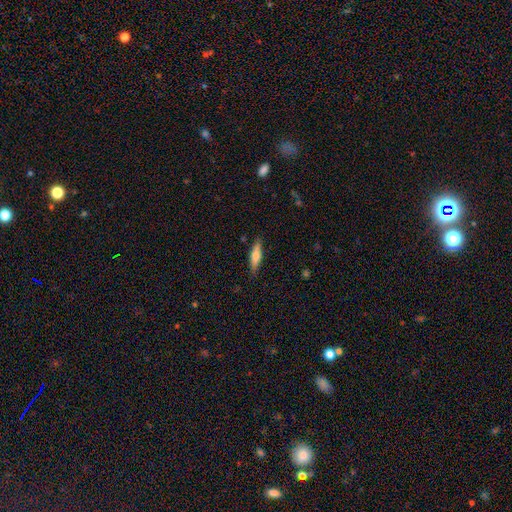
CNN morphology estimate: smooth 63%, featured or disk 31%, star or artifact 6%. Down the decision tree: how rounded — cigar-shaped (70%); merging — none (86%).